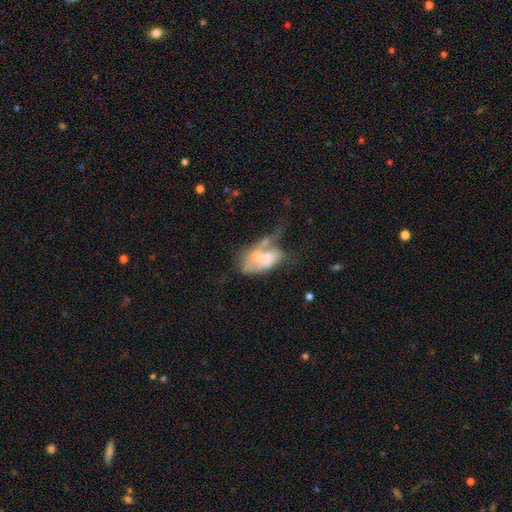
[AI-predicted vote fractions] Morphology: type=featured or disk (49%); merging=merger (37%).